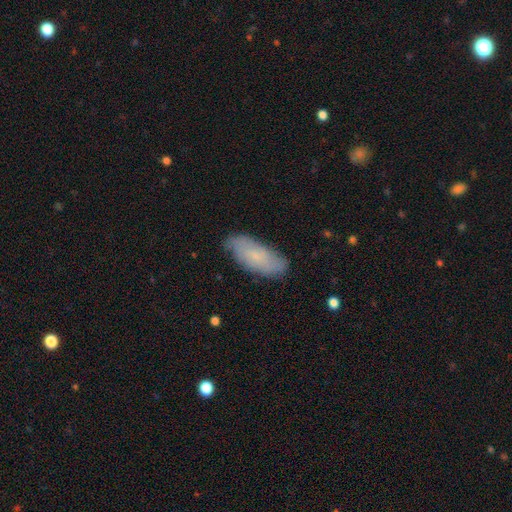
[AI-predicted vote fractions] Smooth or featured: smooth — 66% (featured or disk — 26%)
How rounded: in between — 81% (cigar-shaped — 17%)
Merging: none — 81% (minor disturbance — 15%)